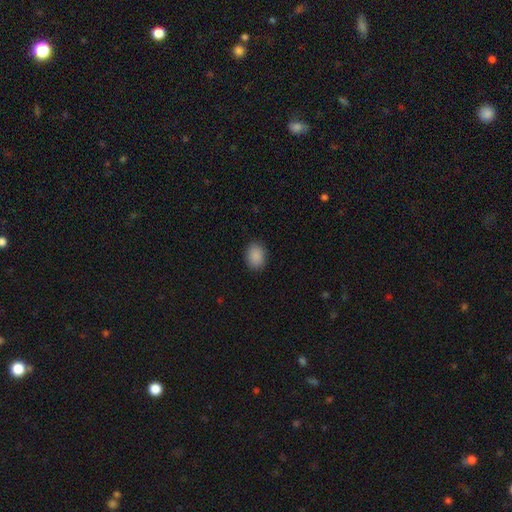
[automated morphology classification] smooth_or_featured: smooth (p=0.89) [alt: star or artifact p=0.08]
how_rounded: in between (p=0.55) [alt: round p=0.44]
merging: none (p=0.88) [alt: minor disturbance p=0.09]